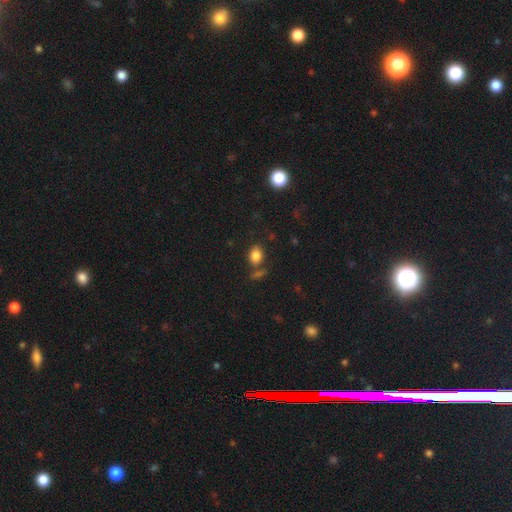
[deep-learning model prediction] Q: Smooth or featured?
A: smooth (83%); runner-up: star or artifact (11%)
Q: How rounded?
A: in between (70%); runner-up: round (29%)
Q: Merging?
A: none (67%); runner-up: merger (15%)